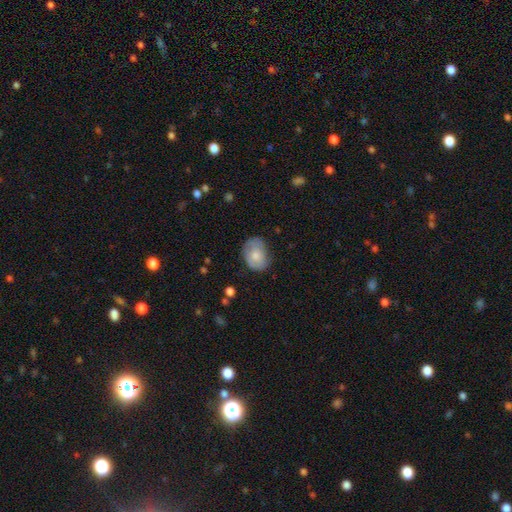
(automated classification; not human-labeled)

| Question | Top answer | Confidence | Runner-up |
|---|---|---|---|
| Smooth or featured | smooth | 68% | featured or disk (25%) |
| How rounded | in between | 70% | round (29%) |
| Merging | none | 65% | minor disturbance (27%) |